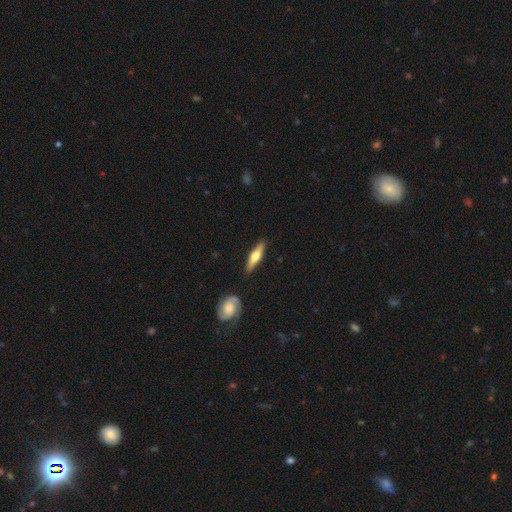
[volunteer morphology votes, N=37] Overall: smooth (49%, tied with featured or disk). How rounded: cigar-shaped (78%). Merging: none (89%).